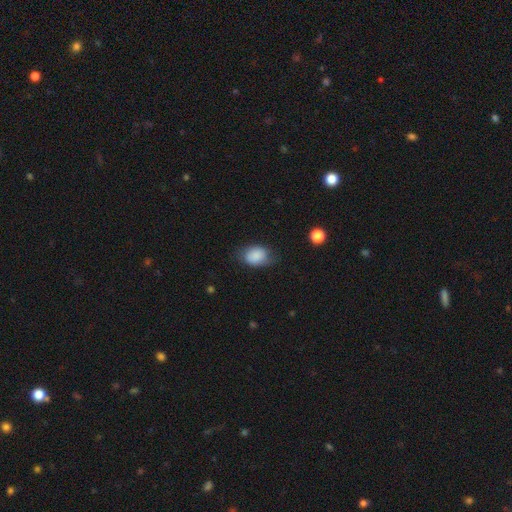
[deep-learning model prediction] smooth 86%, star or artifact 8%, featured or disk 7%. Down the decision tree: how rounded — in between (71%); merging — none (66%).